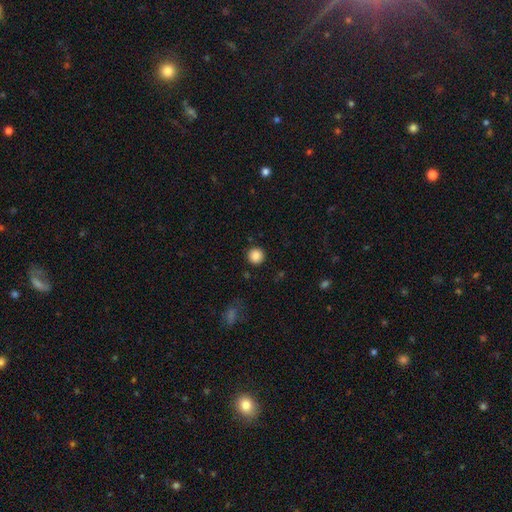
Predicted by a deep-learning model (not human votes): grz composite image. It shows a smooth galaxy with no disk features (86%) that is round (95%). Merging: none (91%).